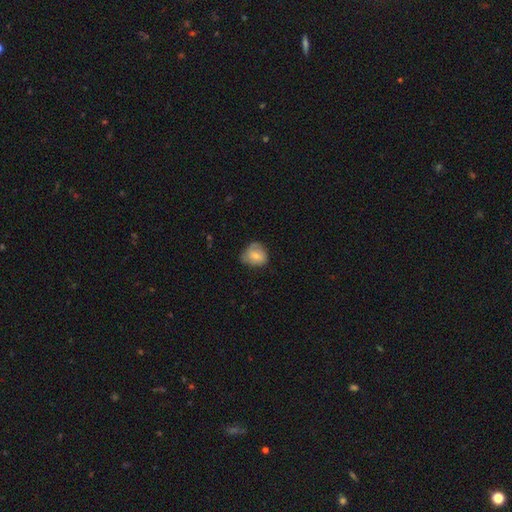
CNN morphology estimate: The model was most divided on "merging": none: 54%, minor disturbance: 35%, major disturbance: 10%, merger: 1%. More confident: how rounded — round (66%); smooth or featured — smooth (66%).